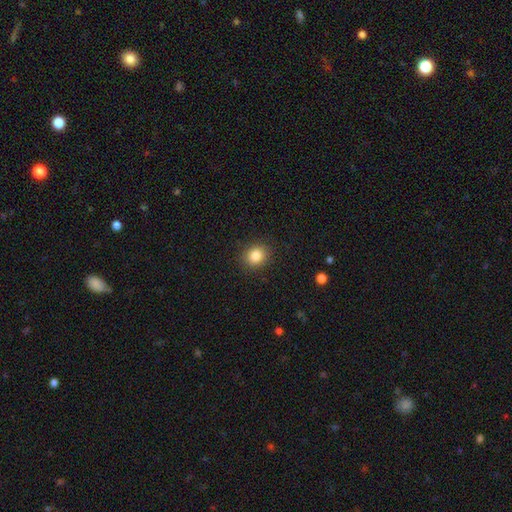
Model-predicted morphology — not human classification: Overall: smooth (84%). How rounded: round (74%). Merging: none (90%).